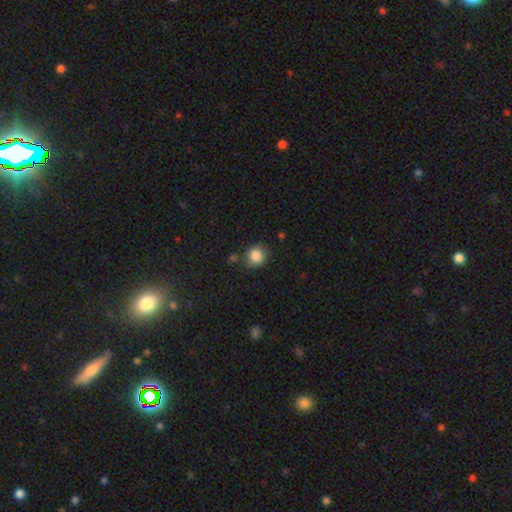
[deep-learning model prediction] Smooth or featured: smooth — 86% (star or artifact — 9%)
How rounded: round — 83% (in between — 16%)
Merging: none — 77% (minor disturbance — 15%)